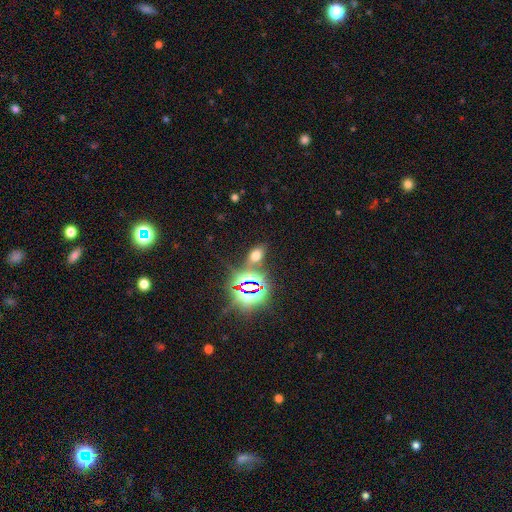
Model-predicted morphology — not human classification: A smooth galaxy with no disk features (51%) that is in between round and cigar-shaped (82%). Merging: none (74%).